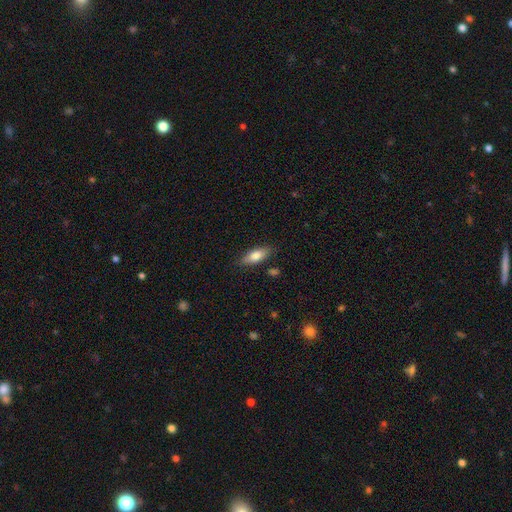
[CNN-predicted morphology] Smooth or featured? Predicted: smooth (p=0.78). How rounded? Predicted: in between (p=0.72). Merging? Predicted: none (p=0.83).